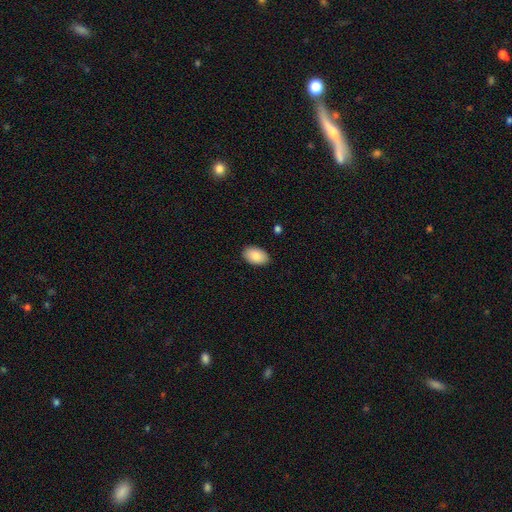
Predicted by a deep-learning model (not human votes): Smooth or featured? Predicted: smooth (p=0.88). How rounded? Predicted: in between (p=0.93). Merging? Predicted: none (p=0.89).